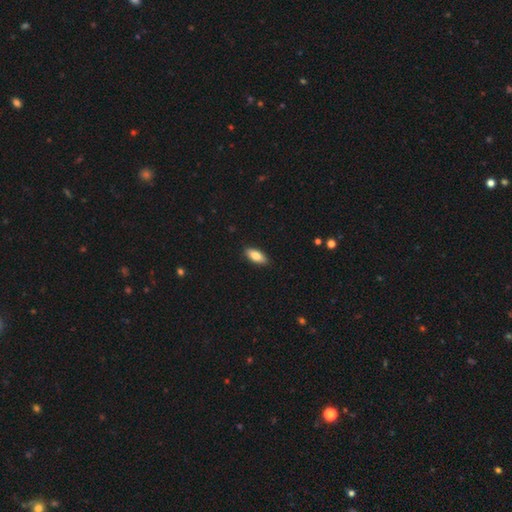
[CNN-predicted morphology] A smooth galaxy with no disk features (80%) that is in between round and cigar-shaped (80%).

Vote fractions:
- Smooth or featured? smooth: 80% / featured or disk: 14% / star or artifact: 6%
- How rounded? in between: 80% / cigar-shaped: 18% / round: 2%
- Merging? none: 89% / minor disturbance: 8% / major disturbance: 2% / merger: 1%